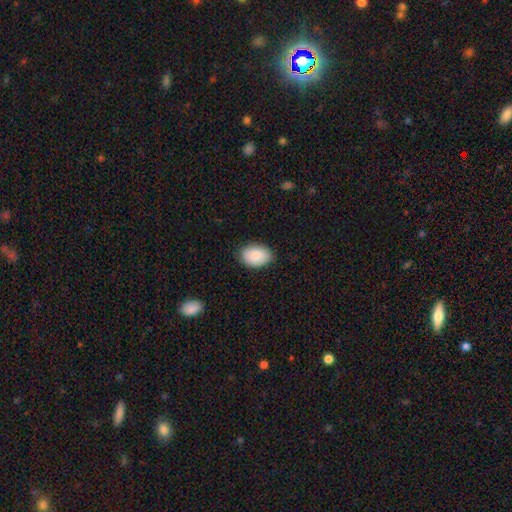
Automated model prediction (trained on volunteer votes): smooth 85%, featured or disk 8%, star or artifact 7%. Down the decision tree: how rounded — in between (82%); merging — none (82%).